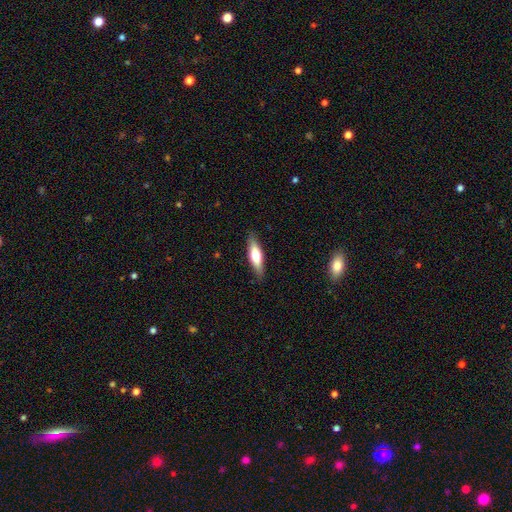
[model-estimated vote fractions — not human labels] smooth 59%, featured or disk 35%, star or artifact 6%. Down the decision tree: how rounded — cigar-shaped (62%); merging — none (86%).